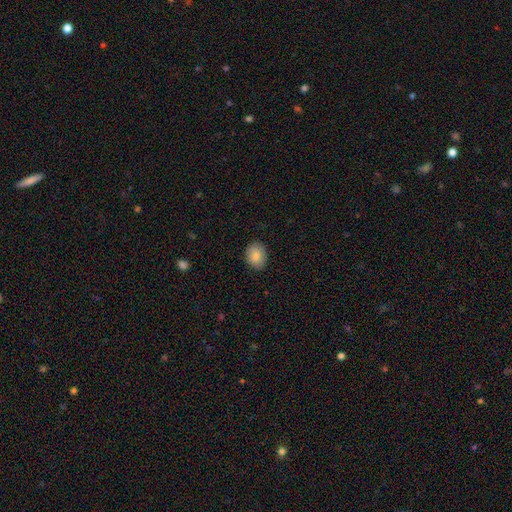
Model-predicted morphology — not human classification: smooth 83%, featured or disk 9%, star or artifact 8%. Down the decision tree: how rounded — in between (54%); merging — none (86%).